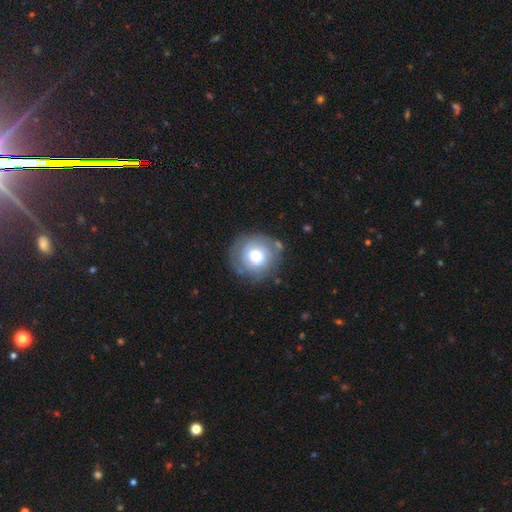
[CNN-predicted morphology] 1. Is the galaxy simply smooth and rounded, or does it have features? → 59% smooth, 33% featured or disk, 8% star or artifact.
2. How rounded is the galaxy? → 91% round, 8% in between, 1% cigar-shaped.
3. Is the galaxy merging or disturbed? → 75% none, 15% minor disturbance, 7% major disturbance, 3% merger.